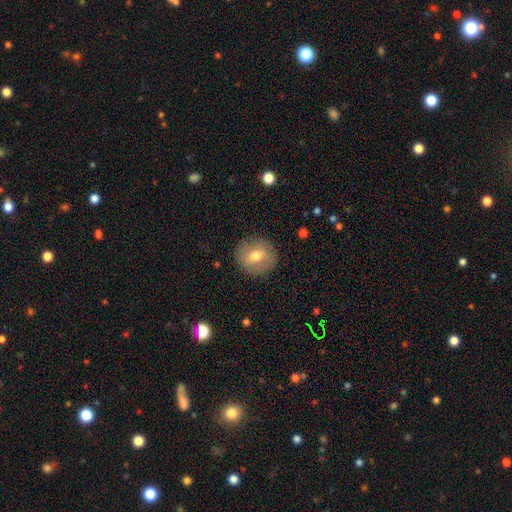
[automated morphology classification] This appears to be a smooth galaxy with no disk features (64%) that is round (86%). Merging: none (88%).